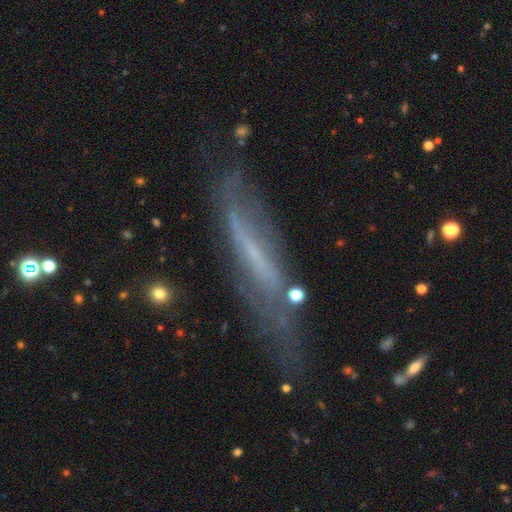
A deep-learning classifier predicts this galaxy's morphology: Q: Smooth or featured?
A: featured or disk (64%); runner-up: smooth (25%)
Q: Edge-on disk?
A: yes (61%); runner-up: no (39%)
Q: Merging?
A: none (60%); runner-up: minor disturbance (24%)